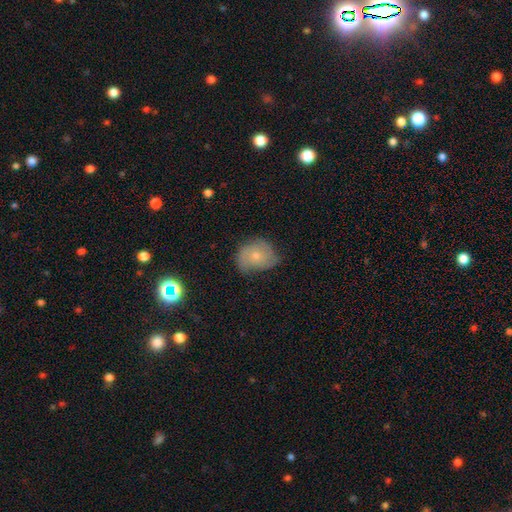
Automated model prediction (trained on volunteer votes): The model was most divided on "smooth or featured": smooth: 50%, featured or disk: 40%, star or artifact: 10%. More confident: how rounded — round (55%); merging — none (53%).